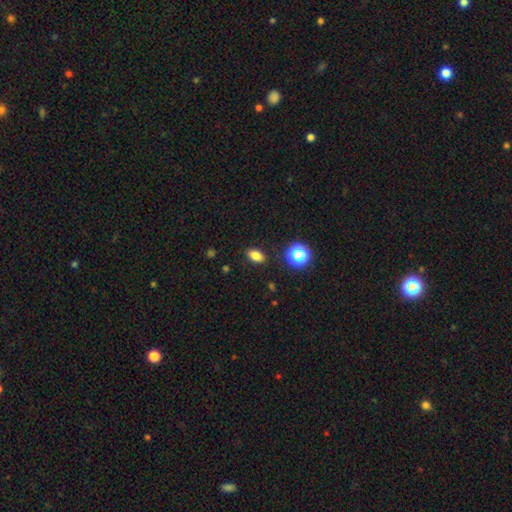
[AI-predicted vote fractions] Q: Smooth or featured?
A: smooth (80%); runner-up: star or artifact (13%)
Q: How rounded?
A: in between (82%); runner-up: round (13%)
Q: Merging?
A: none (87%); runner-up: minor disturbance (9%)